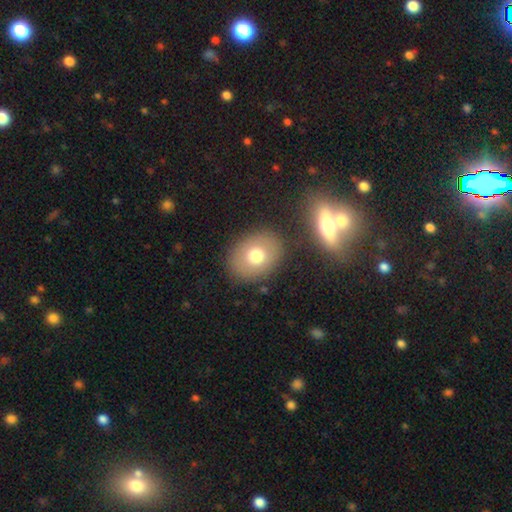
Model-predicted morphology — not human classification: Smooth or featured: smooth — 70% (featured or disk — 20%)
How rounded: in between — 54% (round — 45%)
Merging: none — 84% (minor disturbance — 9%)